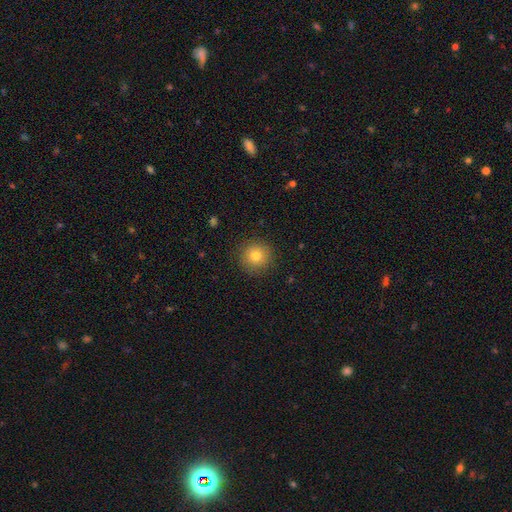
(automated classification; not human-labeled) A smooth galaxy with no disk features (78%) that is round (95%). Merging: none (90%).